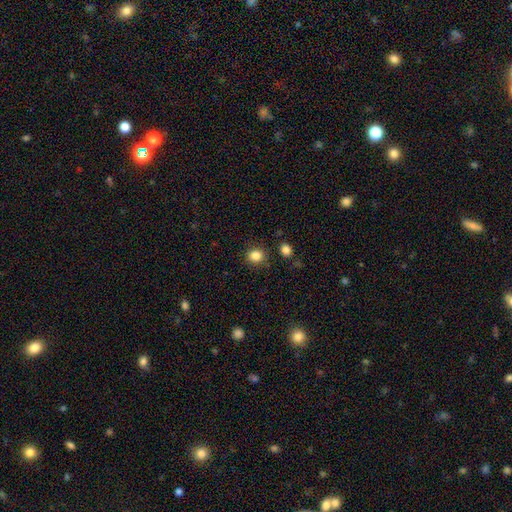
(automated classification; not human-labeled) This appears to be a smooth galaxy with no disk features (85%) that is round (80%). Merging: none (86%).